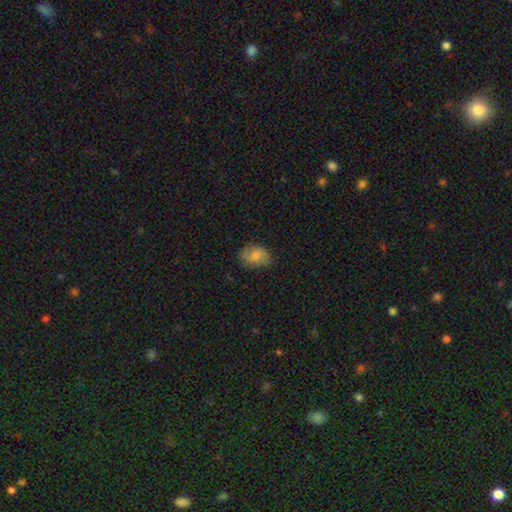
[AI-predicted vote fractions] Smooth or featured? Predicted: smooth (p=0.62). How rounded? Predicted: in between (p=0.71). Merging? Predicted: none (p=0.76).